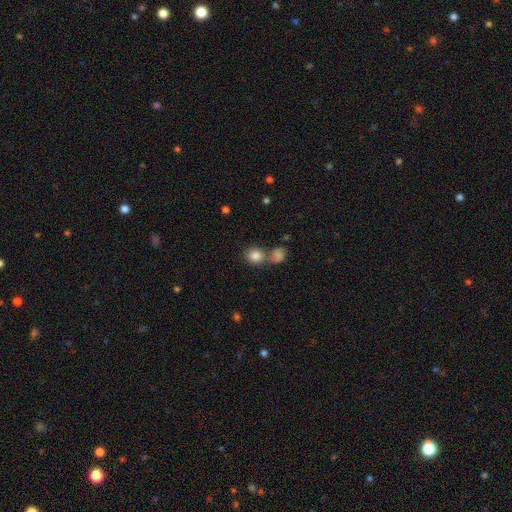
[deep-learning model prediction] This appears to be a smooth galaxy with no disk features (83%) that is round (77%). Merging: none (50%).